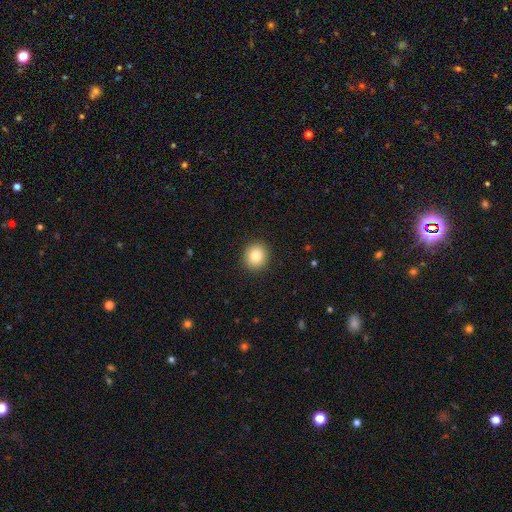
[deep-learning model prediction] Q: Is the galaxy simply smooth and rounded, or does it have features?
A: smooth — 84%.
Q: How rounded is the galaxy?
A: round — 86%.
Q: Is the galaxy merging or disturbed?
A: none — 92%.